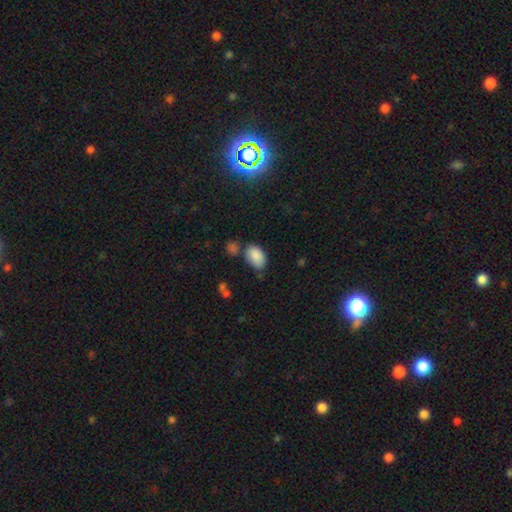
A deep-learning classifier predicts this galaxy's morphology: smooth_or_featured: smooth (p=0.88) [alt: star or artifact p=0.07]
how_rounded: in between (p=0.91) [alt: round p=0.08]
merging: none (p=0.63) [alt: minor disturbance p=0.21]